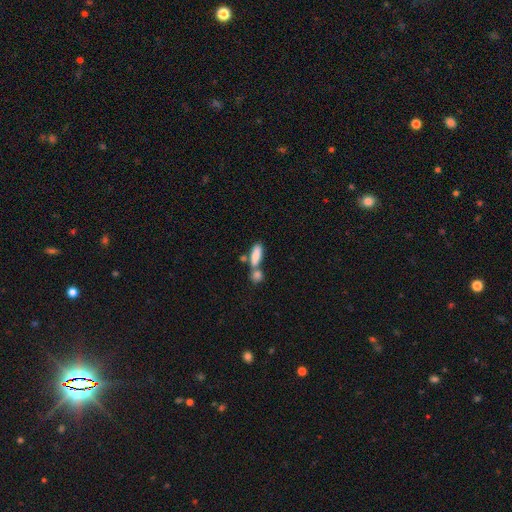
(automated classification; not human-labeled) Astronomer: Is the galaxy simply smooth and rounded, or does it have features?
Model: smooth — 83%.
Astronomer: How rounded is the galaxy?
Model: in between — 67%.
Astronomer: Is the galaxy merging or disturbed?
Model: merger — 46% (runner-up: none, 40%).